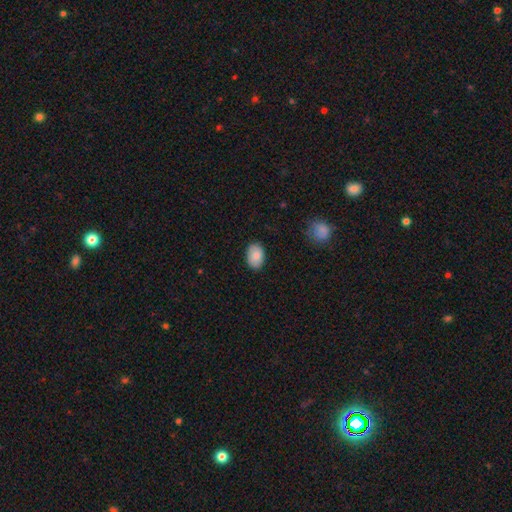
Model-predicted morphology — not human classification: Q: Smooth or featured?
A: smooth (83%); runner-up: featured or disk (10%)
Q: How rounded?
A: in between (84%); runner-up: round (15%)
Q: Merging?
A: none (84%); runner-up: minor disturbance (12%)